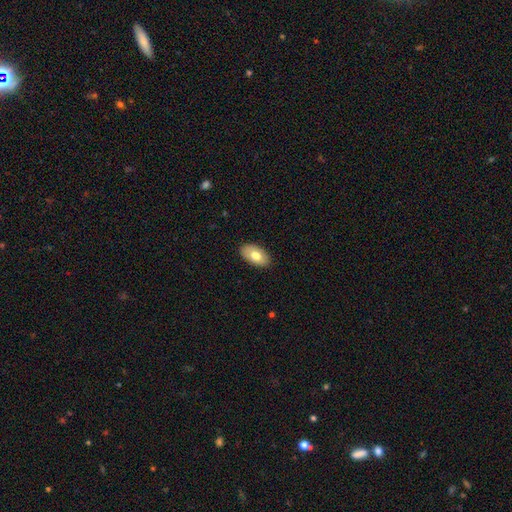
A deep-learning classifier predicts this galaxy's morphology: A smooth galaxy with no disk features (73%) that is in between round and cigar-shaped (94%).

Vote fractions:
- Smooth or featured? smooth: 73% / featured or disk: 20% / star or artifact: 6%
- How rounded? in between: 94% / round: 4% / cigar-shaped: 2%
- Merging? none: 87% / minor disturbance: 10% / major disturbance: 2% / merger: 1%